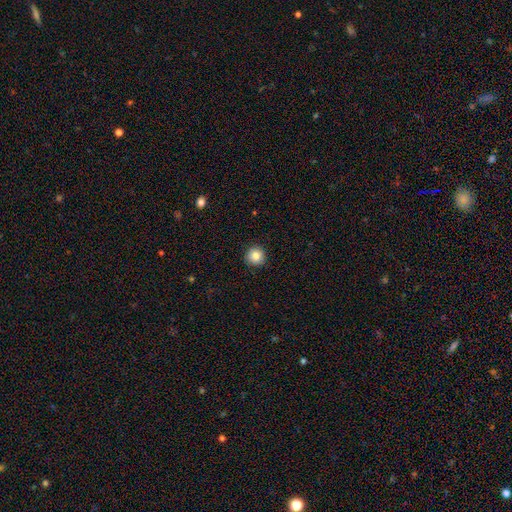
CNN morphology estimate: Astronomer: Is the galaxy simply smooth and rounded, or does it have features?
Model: smooth — 85%.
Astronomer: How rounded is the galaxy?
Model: round — 95%.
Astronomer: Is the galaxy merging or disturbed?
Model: none — 92%.